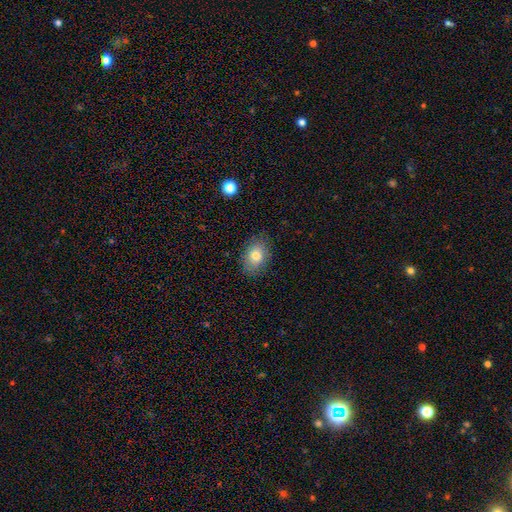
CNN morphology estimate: Q: Smooth or featured?
A: smooth (79%); runner-up: featured or disk (13%)
Q: How rounded?
A: in between (79%); runner-up: round (19%)
Q: Merging?
A: none (84%); runner-up: minor disturbance (12%)